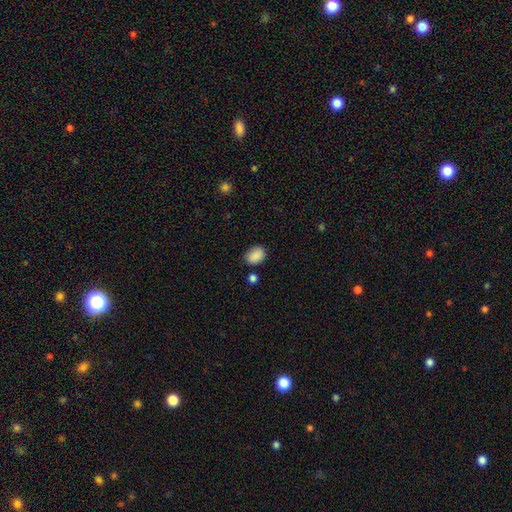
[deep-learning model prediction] Smooth or featured? smooth (89%)
How rounded? in between (72%)
Merging? none (78%)